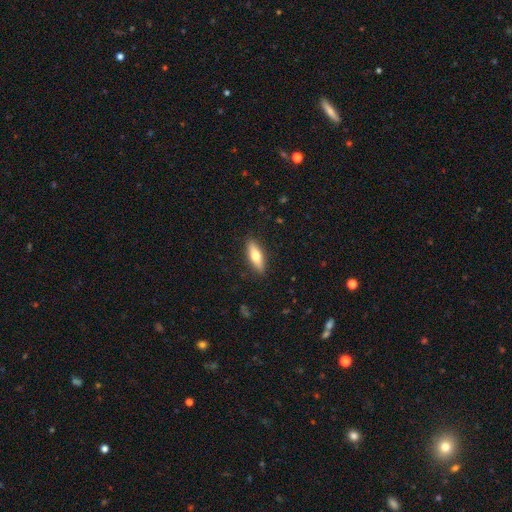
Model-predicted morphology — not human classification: A smooth galaxy with no disk features (63%) that is cigar-shaped (51%). Merging: none (89%).